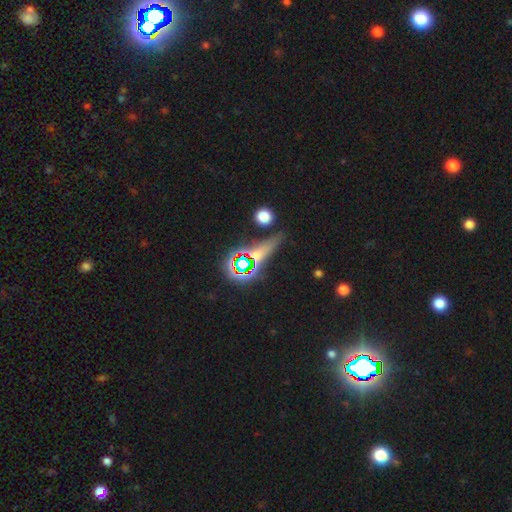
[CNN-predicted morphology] star or artifact 45%, smooth 39%, featured or disk 16%.